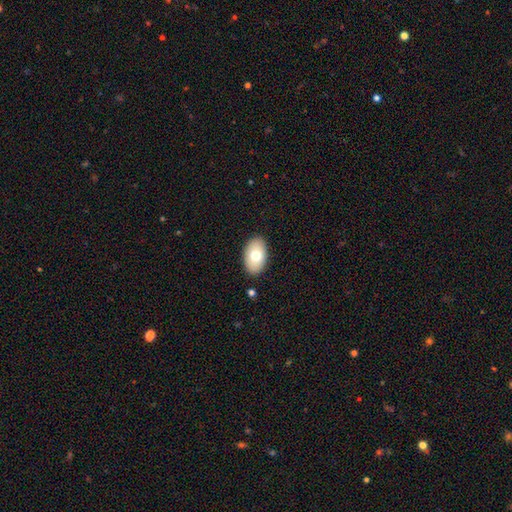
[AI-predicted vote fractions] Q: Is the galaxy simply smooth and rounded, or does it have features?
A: smooth — 74%.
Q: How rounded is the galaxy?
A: in between — 93%.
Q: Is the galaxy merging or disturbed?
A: none — 89%.